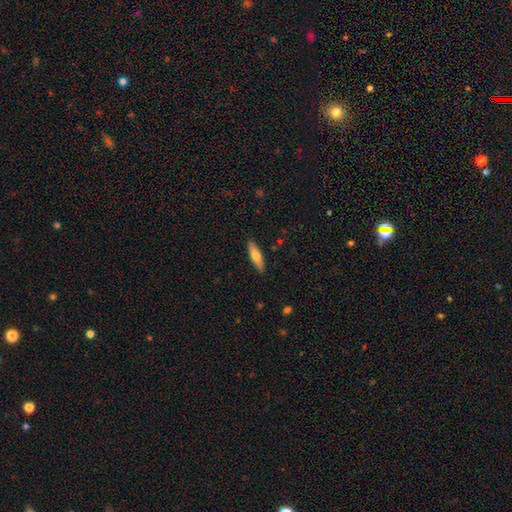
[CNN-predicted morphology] Smooth or featured? Predicted: smooth (p=0.62). How rounded? Predicted: cigar-shaped (p=0.64). Merging? Predicted: none (p=0.89).